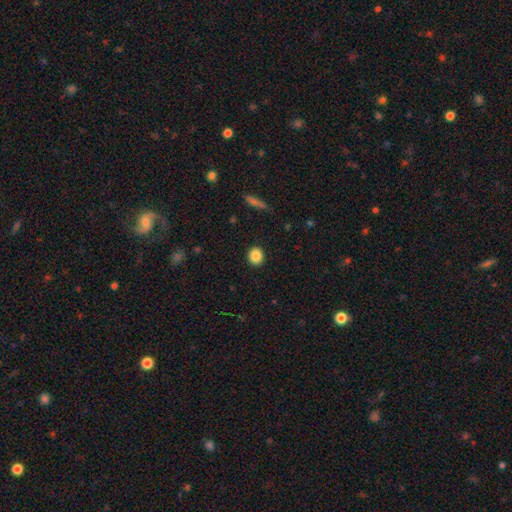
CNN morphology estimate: Smooth or featured: smooth — 87% (star or artifact — 9%)
How rounded: round — 83% (in between — 16%)
Merging: none — 92% (minor disturbance — 5%)